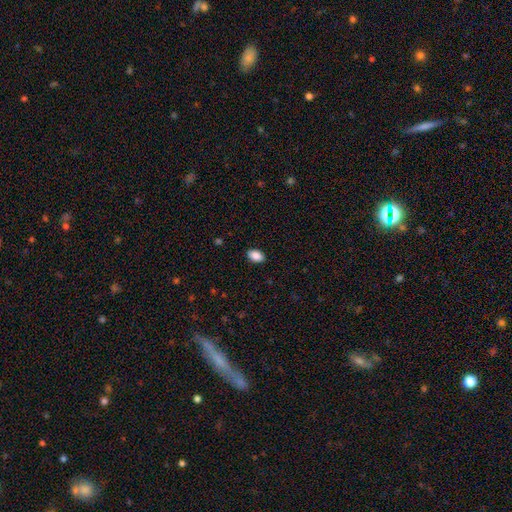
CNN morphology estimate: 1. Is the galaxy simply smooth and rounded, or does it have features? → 89% smooth, 7% star or artifact, 4% featured or disk.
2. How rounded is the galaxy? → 89% in between, 10% round, 1% cigar-shaped.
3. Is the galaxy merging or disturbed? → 89% none, 8% minor disturbance, 2% major disturbance, 1% merger.